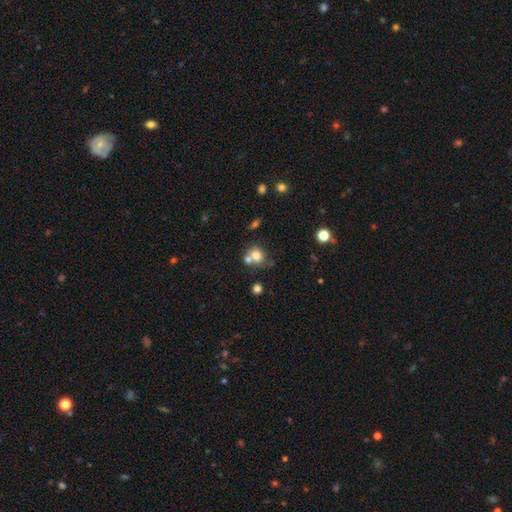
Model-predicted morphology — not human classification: smooth-or-featured: smooth: 74% | featured or disk: 14% | star or artifact: 12%
  how-rounded: round: 74% | in between: 25% | cigar-shaped: 1%
  merging: merger: 43% | none: 41% | minor disturbance: 11% | major disturbance: 5%